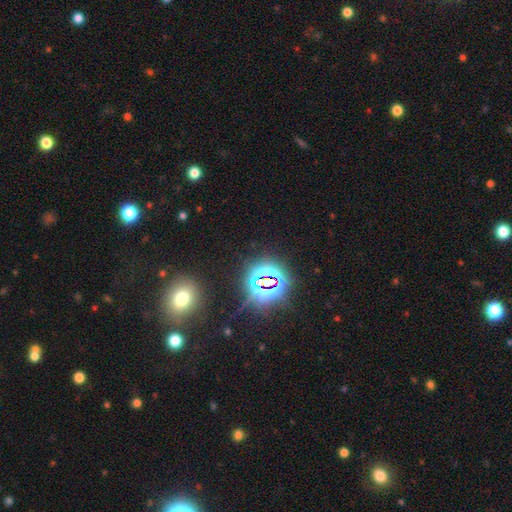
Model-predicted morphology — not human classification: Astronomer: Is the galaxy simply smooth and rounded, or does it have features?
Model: star or artifact — 68%.